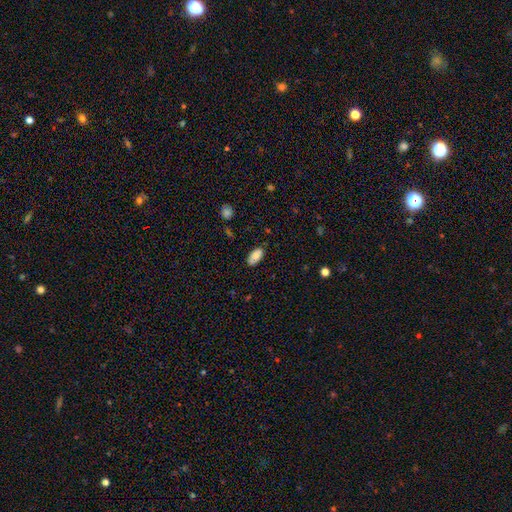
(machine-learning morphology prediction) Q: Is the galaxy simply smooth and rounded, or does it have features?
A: smooth — 85%.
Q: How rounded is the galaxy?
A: in between — 94%.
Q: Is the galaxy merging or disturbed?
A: none — 77%.